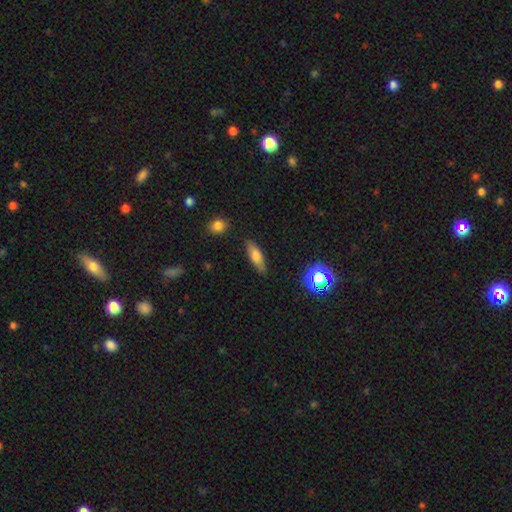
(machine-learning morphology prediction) smooth_or_featured: smooth (p=0.67) [alt: featured or disk p=0.23]
how_rounded: in between (p=0.54) [alt: cigar-shaped p=0.43]
merging: none (p=0.84) [alt: minor disturbance p=0.12]